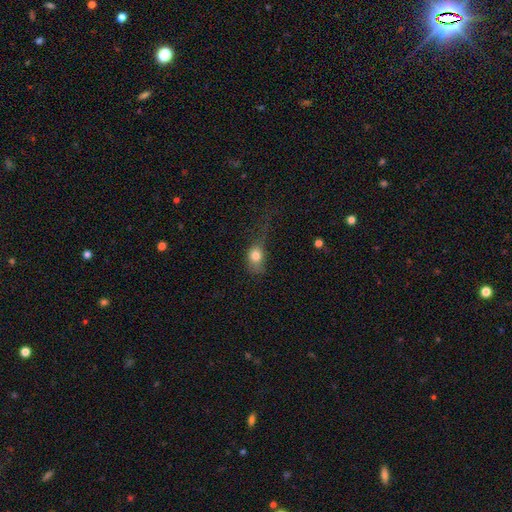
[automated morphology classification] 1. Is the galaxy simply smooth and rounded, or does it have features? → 78% smooth, 12% featured or disk, 10% star or artifact.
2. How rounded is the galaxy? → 58% in between, 39% round, 3% cigar-shaped.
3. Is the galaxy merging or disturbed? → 44% major disturbance, 27% minor disturbance, 25% none, 3% merger.